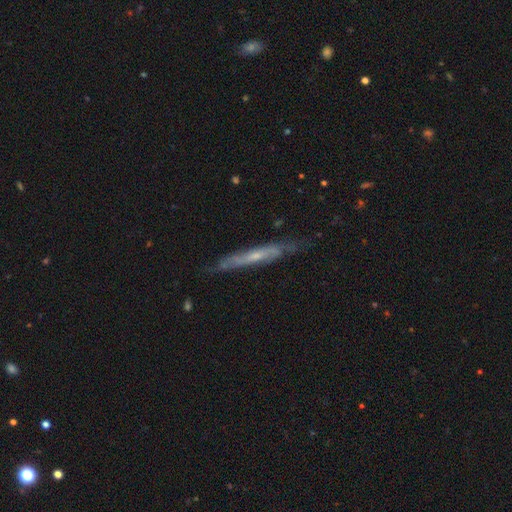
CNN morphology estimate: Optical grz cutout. It shows a featured or disk galaxy (65%) viewed edge-on (77%). Merging: none (71%).